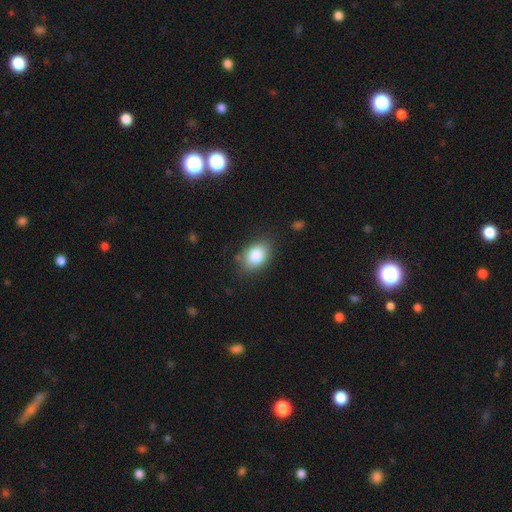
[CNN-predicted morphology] Overall: smooth (82%). How rounded: in between (80%). Merging: none (80%).